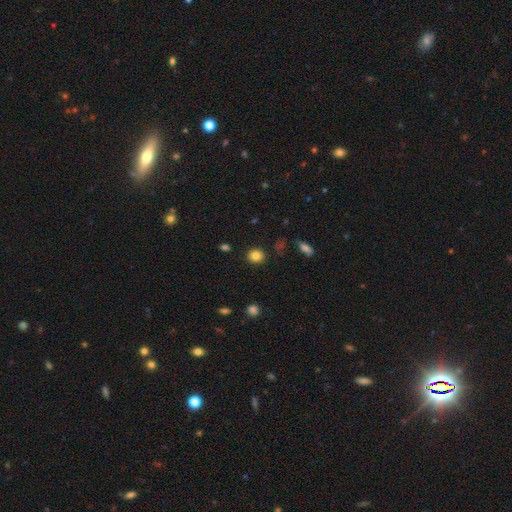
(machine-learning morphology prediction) Overall: smooth (84%). How rounded: round (78%). Merging: none (88%).